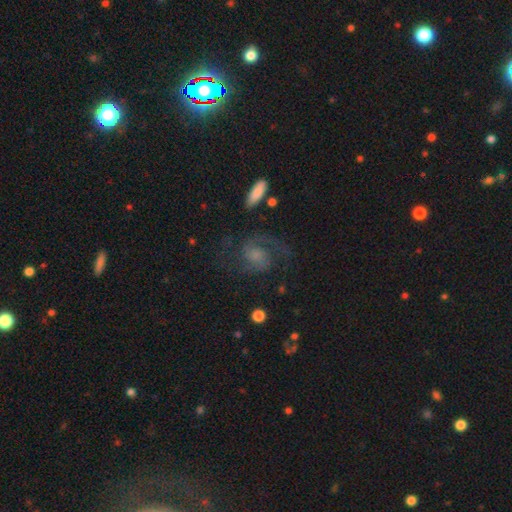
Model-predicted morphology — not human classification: Overall: featured or disk (73%). Edge-on disk: no (97%). Bar: no (63%; weak 30%). Spiral arms: yes (93%). Spiral arm count: 2 (81%). Spiral winding: medium (51%; loose 31%). Bulge size: moderate (29%; small 27%). Merging: none (60%; major disturbance 21%).